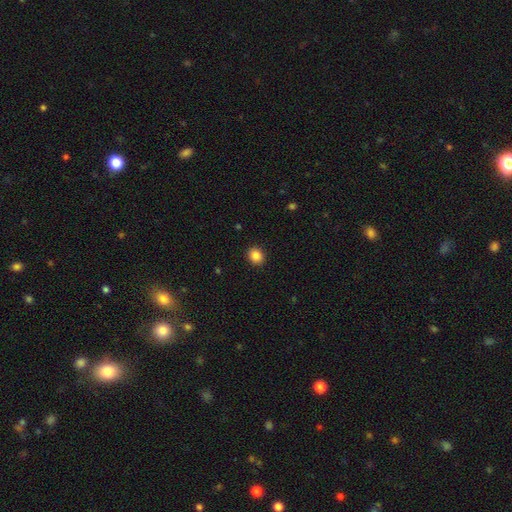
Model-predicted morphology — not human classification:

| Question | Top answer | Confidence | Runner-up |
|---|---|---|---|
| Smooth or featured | smooth | 86% | star or artifact (10%) |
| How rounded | round | 63% | in between (36%) |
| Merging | none | 91% | minor disturbance (6%) |